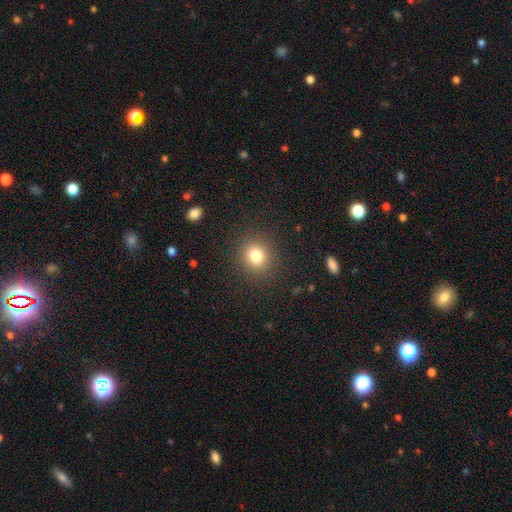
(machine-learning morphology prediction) Smooth or featured: smooth — 80% (star or artifact — 13%)
How rounded: round — 85% (in between — 14%)
Merging: none — 89% (minor disturbance — 7%)